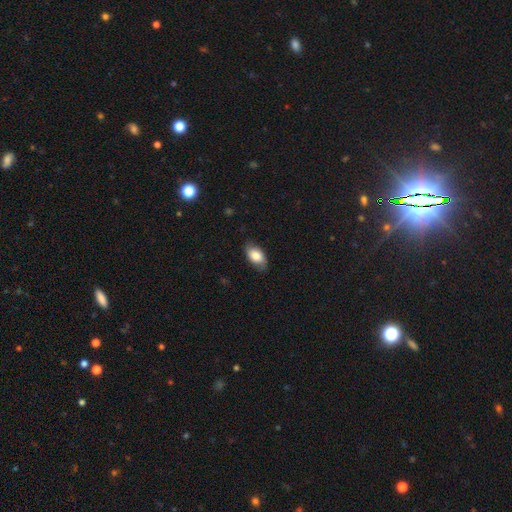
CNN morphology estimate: smooth-or-featured: smooth: 79% | featured or disk: 15% | star or artifact: 7%
  how-rounded: in between: 92% | round: 5% | cigar-shaped: 2%
  merging: none: 78% | minor disturbance: 18% | major disturbance: 4% | merger: 1%